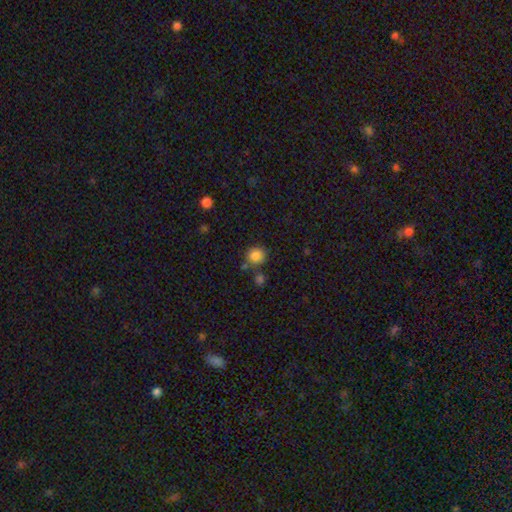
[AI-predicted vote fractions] Overall: smooth (85%). How rounded: round (90%). Merging: none (75%).